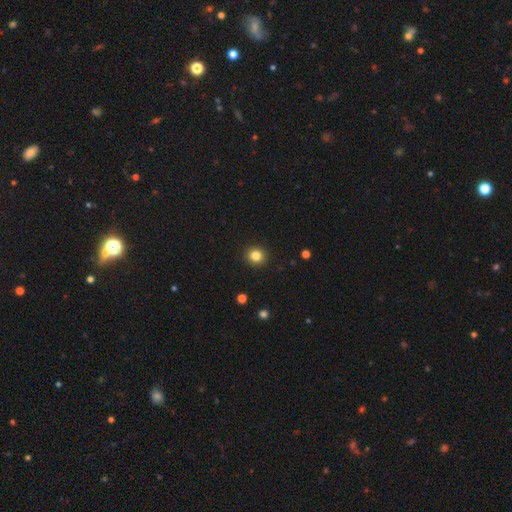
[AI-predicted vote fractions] Smooth or featured? Predicted: smooth (p=0.83). How rounded? Predicted: round (p=0.92). Merging? Predicted: none (p=0.93).